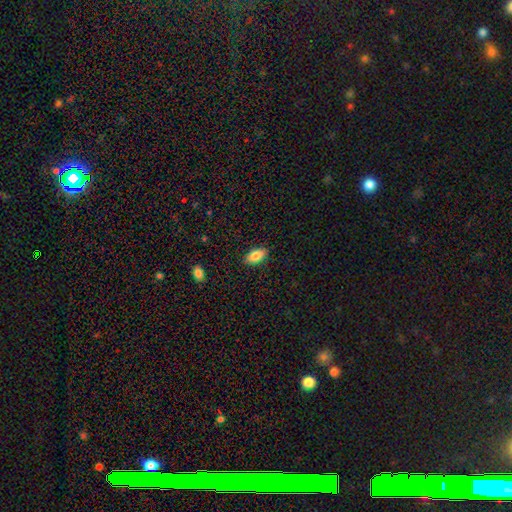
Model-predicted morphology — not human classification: This appears to be a smooth galaxy with no disk features (83%) that is in between round and cigar-shaped (91%). Merging: none (88%).